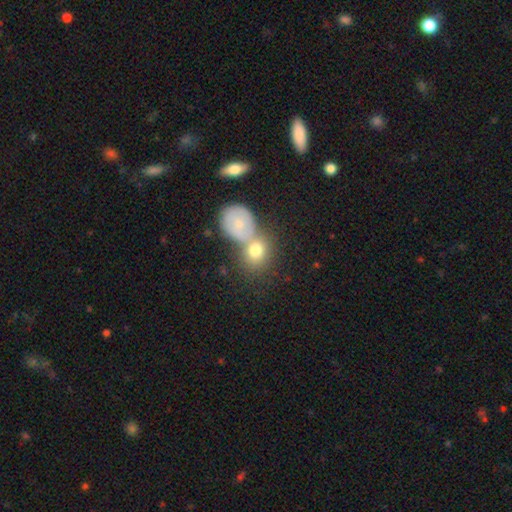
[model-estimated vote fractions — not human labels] A smooth galaxy with no disk features (66%) that is round (66%).

Vote fractions:
- Smooth or featured? smooth: 66% / featured or disk: 21% / star or artifact: 13%
- How rounded? round: 66% / in between: 32% / cigar-shaped: 2%
- Merging? merger: 43% / none: 42% / minor disturbance: 10% / major disturbance: 5%